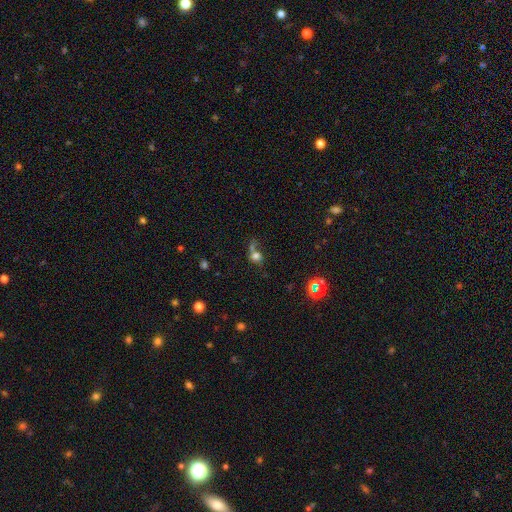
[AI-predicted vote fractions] A smooth galaxy with no disk features (64%) that is round (66%).

Vote fractions:
- Smooth or featured? smooth: 64% / star or artifact: 19% / featured or disk: 17%
- How rounded? round: 66% / in between: 32% / cigar-shaped: 2%
- Merging? merger: 42% / none: 33% / major disturbance: 13% / minor disturbance: 12%